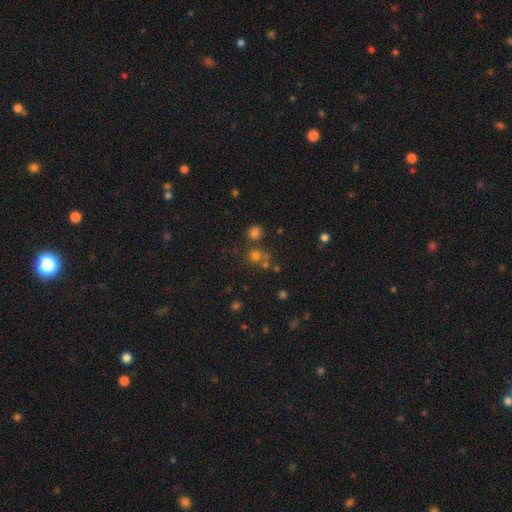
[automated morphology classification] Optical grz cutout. It shows a smooth galaxy with no disk features (66%) that is round (88%). Merging: none (61%).